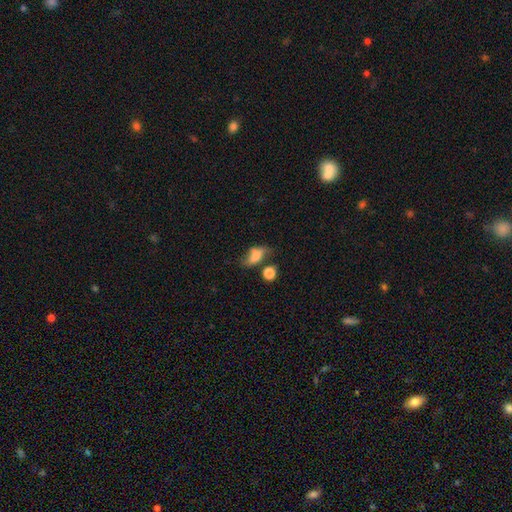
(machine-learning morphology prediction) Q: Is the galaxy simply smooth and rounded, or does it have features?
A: smooth — 64%.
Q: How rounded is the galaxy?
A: in between — 80%.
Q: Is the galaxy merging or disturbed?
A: none — 42%.